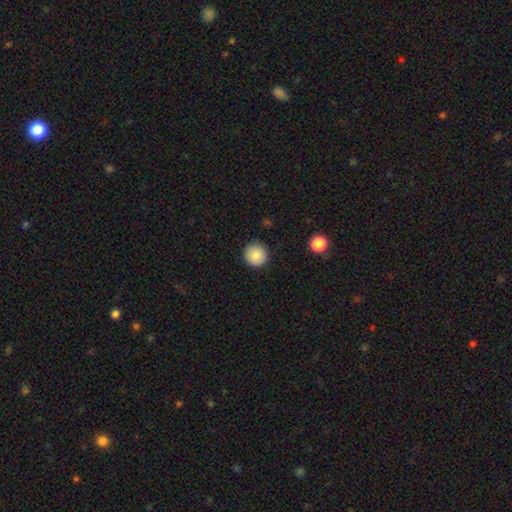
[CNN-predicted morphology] A smooth galaxy with no disk features (84%) that is round (96%).

Vote fractions:
- Smooth or featured? smooth: 84% / star or artifact: 9% / featured or disk: 8%
- How rounded? round: 96% / in between: 4% / cigar-shaped: 1%
- Merging? none: 91% / minor disturbance: 6% / major disturbance: 2% / merger: 1%